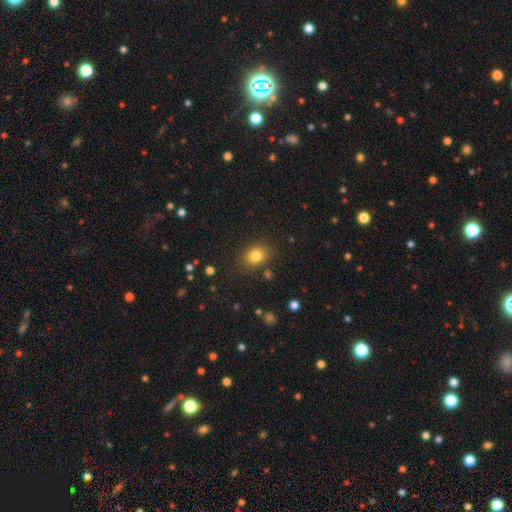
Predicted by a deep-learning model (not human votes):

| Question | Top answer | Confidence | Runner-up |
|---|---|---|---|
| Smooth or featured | smooth | 80% | star or artifact (12%) |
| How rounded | in between | 50% | round (49%) |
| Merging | none | 82% | minor disturbance (12%) |